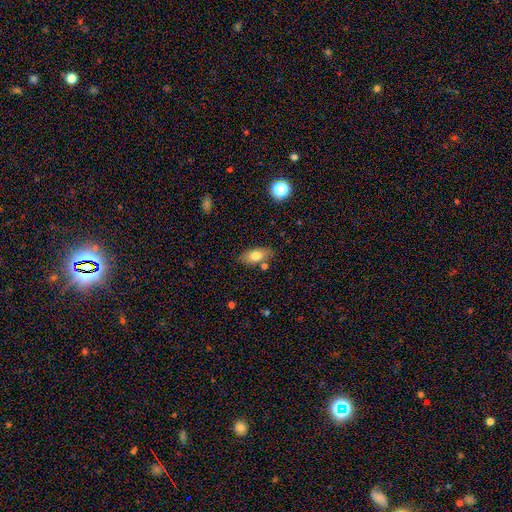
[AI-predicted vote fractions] smooth_or_featured: smooth (p=0.75) [alt: featured or disk p=0.17]
how_rounded: in between (p=0.88) [alt: cigar-shaped p=0.07]
merging: none (p=0.78) [alt: minor disturbance p=0.14]